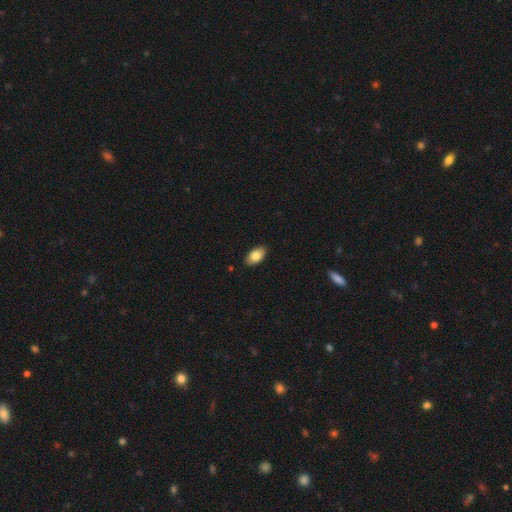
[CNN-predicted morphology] Smooth or featured?
  - smooth: 85% *
  - featured or disk: 8%
  - star or artifact: 7%
How rounded?
  - in between: 93% *
  - round: 5%
  - cigar-shaped: 2%
Merging?
  - none: 87% *
  - minor disturbance: 10%
  - major disturbance: 2%
  - merger: 1%